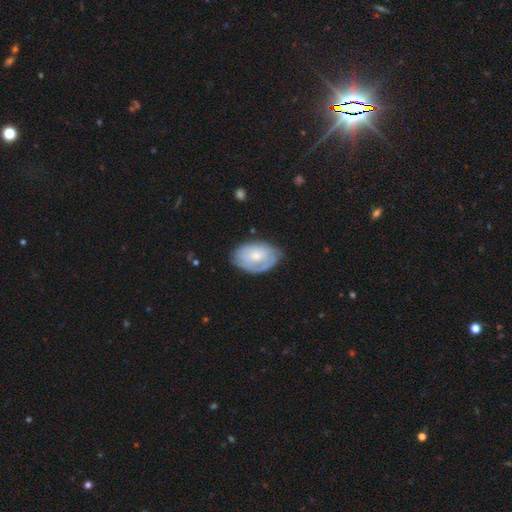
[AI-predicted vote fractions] smooth_or_featured: featured or disk (p=0.53) [alt: smooth p=0.41]
disk_edge_on: no (p=0.95) [alt: yes p=0.05]
bar: no (p=0.81) [alt: weak p=0.17]
has_spiral_arms: yes (p=0.63) [alt: no p=0.37]
bulge_size: small (p=0.52) [alt: moderate p=0.41]
merging: none (p=0.61) [alt: minor disturbance p=0.28]